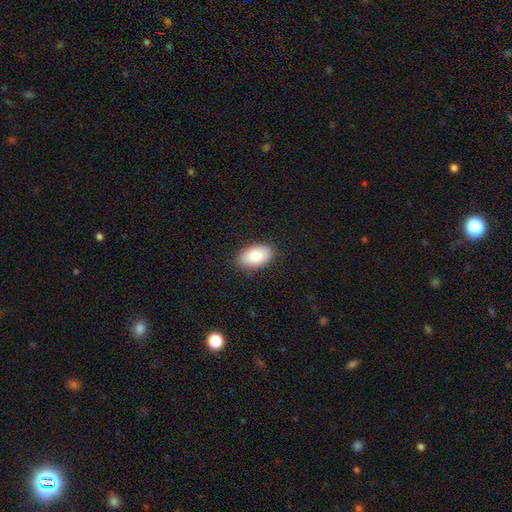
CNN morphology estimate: Smooth or featured?
  - smooth: 84% *
  - featured or disk: 9%
  - star or artifact: 7%
How rounded?
  - in between: 94% *
  - round: 5%
  - cigar-shaped: 1%
Merging?
  - none: 87% *
  - minor disturbance: 10%
  - major disturbance: 2%
  - merger: 1%